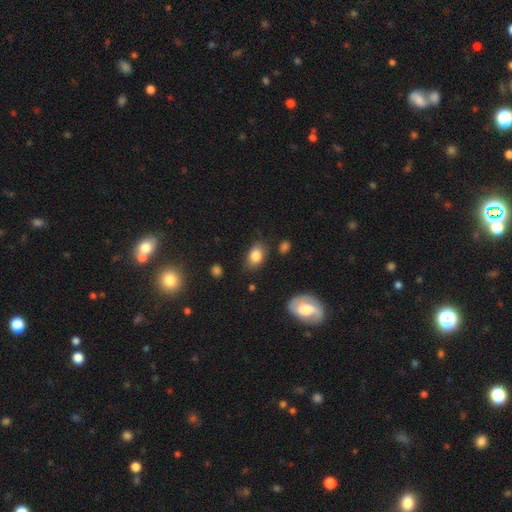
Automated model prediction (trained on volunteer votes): This is clearly a smooth galaxy (81%). How rounded: clearly in between (85%). Merging: likely none (78%).